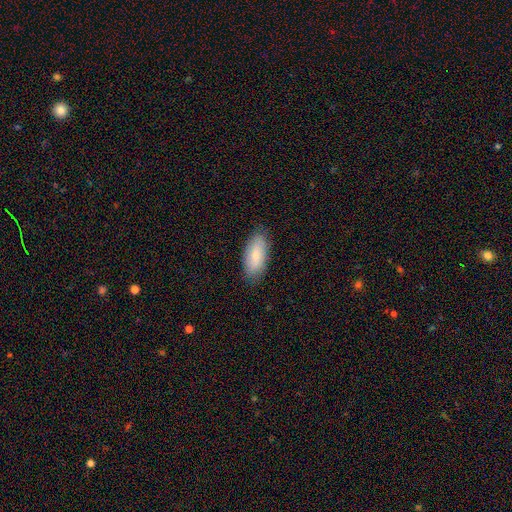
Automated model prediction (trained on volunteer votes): smooth-or-featured: smooth: 79% | featured or disk: 15% | star or artifact: 6%
  how-rounded: in between: 86% | cigar-shaped: 12% | round: 2%
  merging: none: 83% | minor disturbance: 13% | major disturbance: 3% | merger: 1%